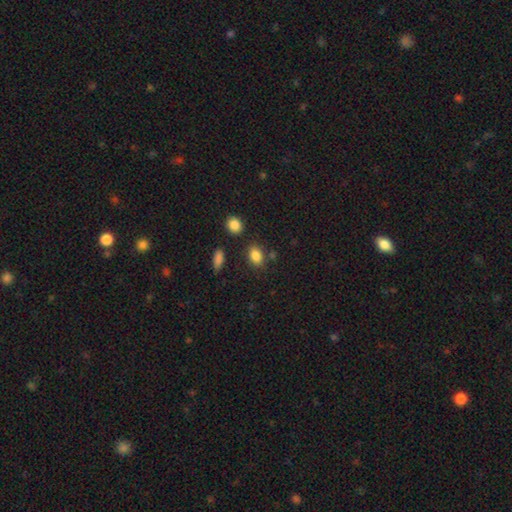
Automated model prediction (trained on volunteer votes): A smooth galaxy with no disk features (85%) that is in between round and cigar-shaped (72%).

Vote fractions:
- Smooth or featured? smooth: 85% / star or artifact: 10% / featured or disk: 5%
- How rounded? in between: 72% / round: 26% / cigar-shaped: 2%
- Merging? none: 76% / minor disturbance: 13% / merger: 7% / major disturbance: 4%